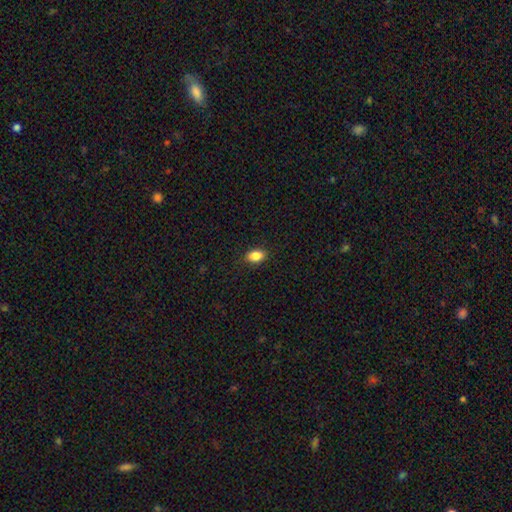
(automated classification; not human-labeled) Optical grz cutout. It shows a smooth galaxy with no disk features (87%) that is in between round and cigar-shaped (85%). Merging: none (89%).